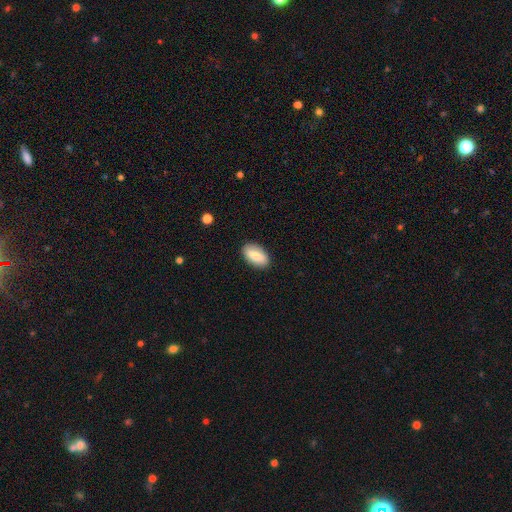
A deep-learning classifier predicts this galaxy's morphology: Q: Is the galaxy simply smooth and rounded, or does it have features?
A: smooth — 81%.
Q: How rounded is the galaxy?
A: in between — 92%.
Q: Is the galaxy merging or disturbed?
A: none — 88%.